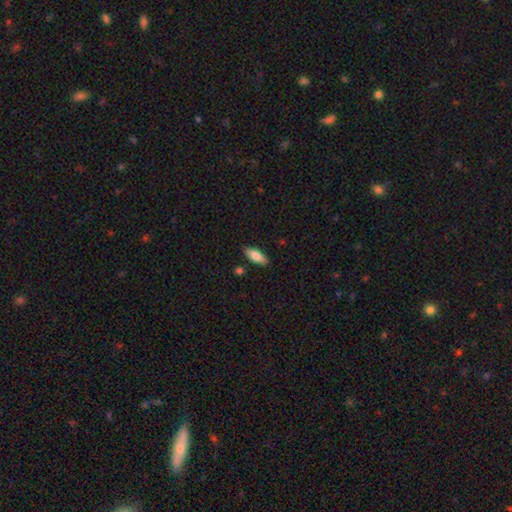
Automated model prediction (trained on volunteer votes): smooth 82%, featured or disk 12%, star or artifact 6%. Down the decision tree: how rounded — in between (73%); merging — none (86%).